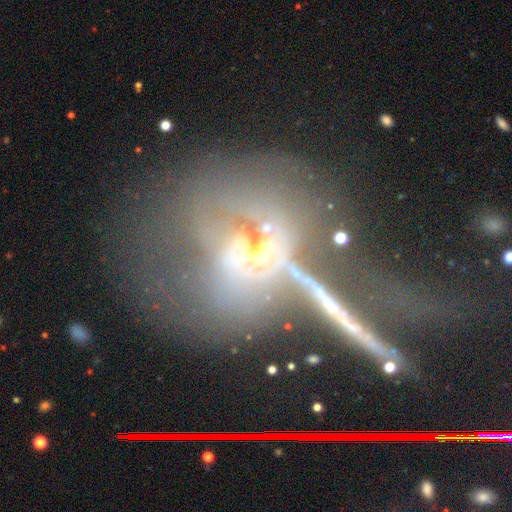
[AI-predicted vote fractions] This is possibly a featured or disk galaxy (56%). It is likely not viewed edge-on (77%). Merging: marginally merger (32%).